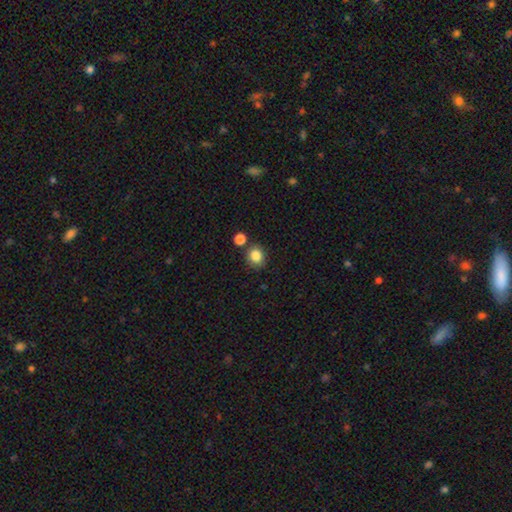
Smooth or featured?
  - smooth: 92% *
  - star or artifact: 5%
  - featured or disk: 2%
How rounded?
  - round: 62% *
  - in between: 35%
  - cigar-shaped: 3%
Merging?
  - none: 71% *
  - minor disturbance: 13%
  - major disturbance: 11%
  - merger: 5%